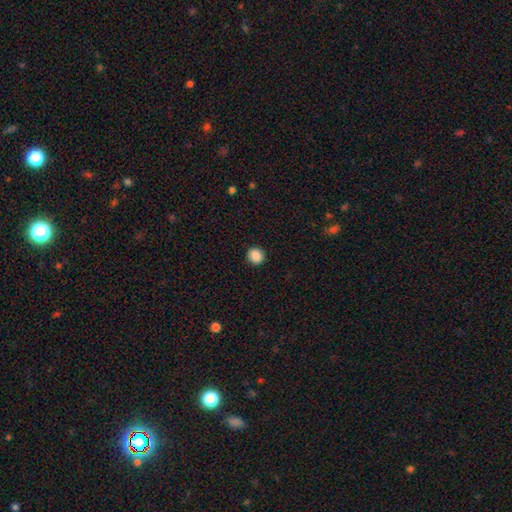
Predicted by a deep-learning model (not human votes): A smooth galaxy with no disk features (88%) that is round (87%).

Vote fractions:
- Smooth or featured? smooth: 88% / star or artifact: 9% / featured or disk: 3%
- How rounded? round: 87% / in between: 12% / cigar-shaped: 1%
- Merging? none: 92% / minor disturbance: 5% / major disturbance: 2% / merger: 1%